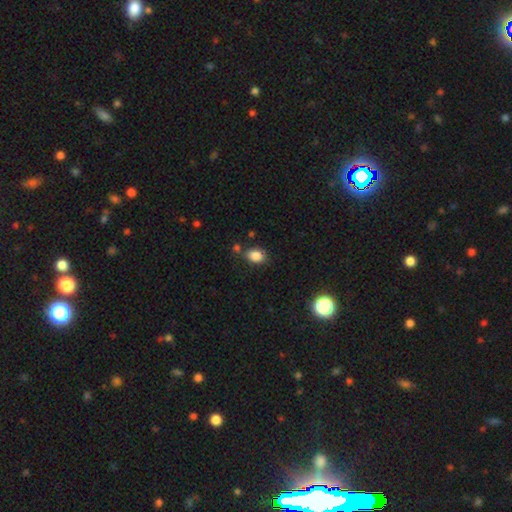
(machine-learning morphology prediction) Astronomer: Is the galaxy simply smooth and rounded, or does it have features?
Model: smooth — 85%.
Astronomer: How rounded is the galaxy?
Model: in between — 72%.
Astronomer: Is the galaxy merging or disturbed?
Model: none — 73%.